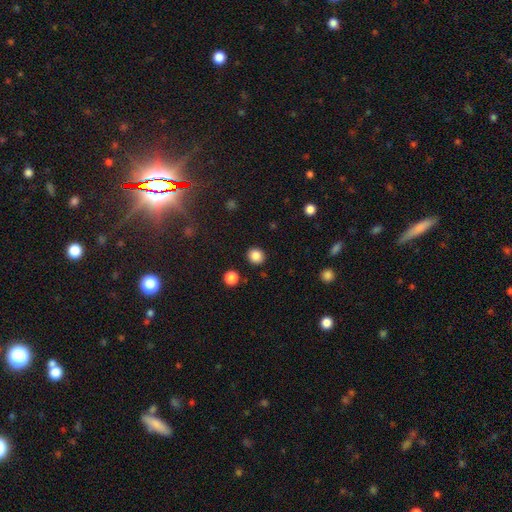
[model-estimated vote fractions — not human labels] Q: Smooth or featured?
A: smooth (86%); runner-up: star or artifact (10%)
Q: How rounded?
A: round (85%); runner-up: in between (14%)
Q: Merging?
A: none (91%); runner-up: minor disturbance (6%)